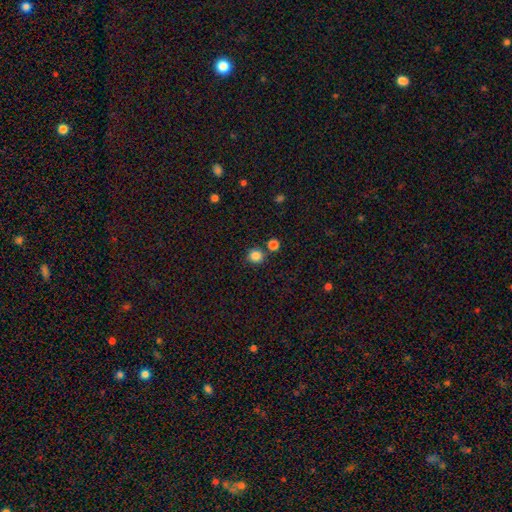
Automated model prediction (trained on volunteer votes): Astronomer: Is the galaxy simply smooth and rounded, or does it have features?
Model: smooth — 84%.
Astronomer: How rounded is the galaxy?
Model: round — 91%.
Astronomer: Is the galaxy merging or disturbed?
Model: none — 80%.